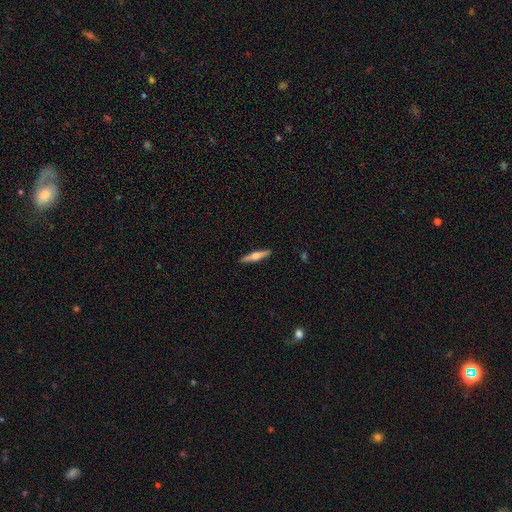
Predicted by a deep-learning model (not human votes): The model was most divided on "smooth or featured": featured or disk: 59%, smooth: 36%, star or artifact: 6%. More confident: edge-on disk — yes (97%); merging — none (91%); edge-on bulge — rounded (91%).